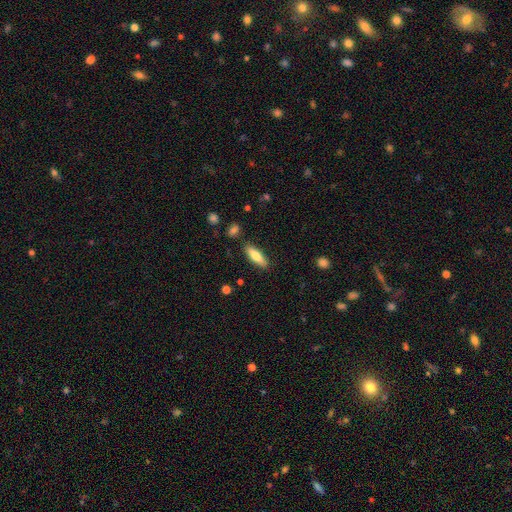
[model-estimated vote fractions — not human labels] This is likely a smooth galaxy (69%). How rounded: possibly cigar-shaped (55%). Merging: clearly none (86%).